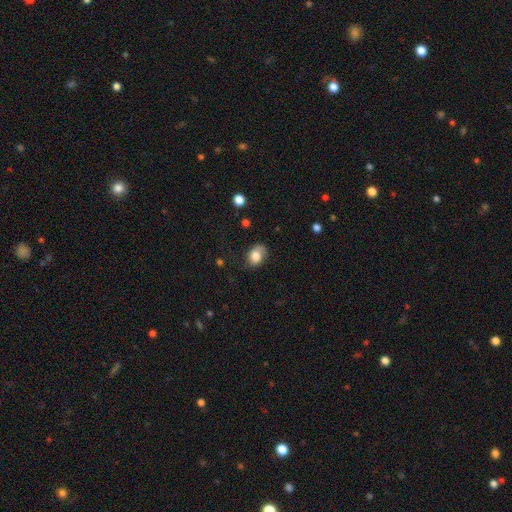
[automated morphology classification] A smooth galaxy with no disk features (77%) that is in between round and cigar-shaped (58%). Merging: none (58%).